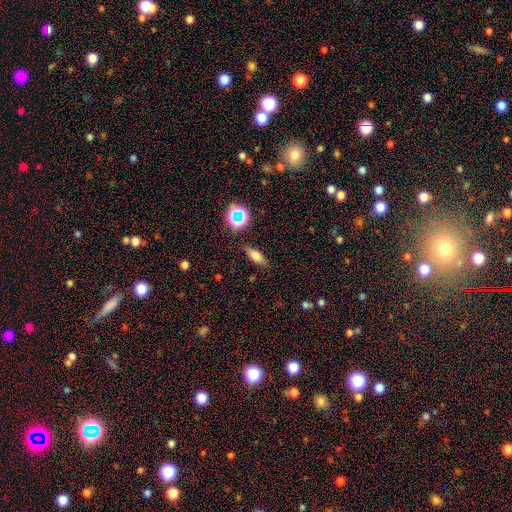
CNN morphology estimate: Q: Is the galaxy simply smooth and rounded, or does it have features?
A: smooth — 61%.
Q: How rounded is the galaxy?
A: in between — 57%.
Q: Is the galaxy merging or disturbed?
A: none — 83%.